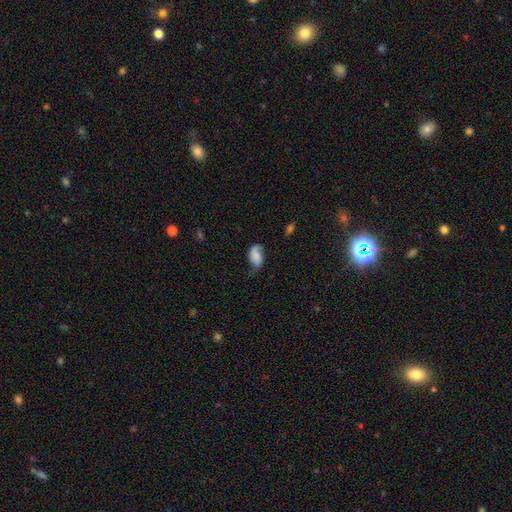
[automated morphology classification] smooth 53%, featured or disk 38%, star or artifact 9%. Down the decision tree: how rounded — in between (91%); merging — none (44%).